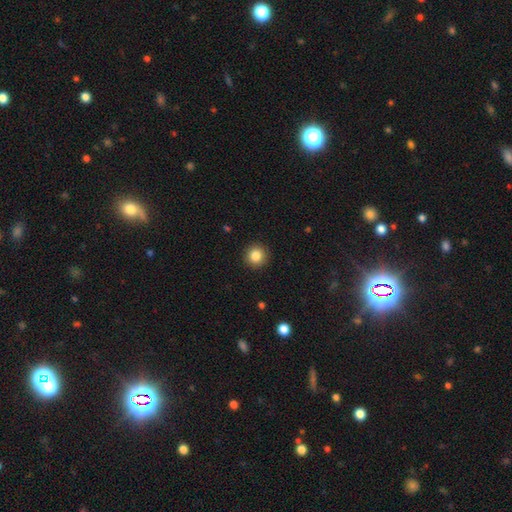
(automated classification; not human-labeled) A smooth galaxy with no disk features (84%) that is round (94%). Merging: none (92%).